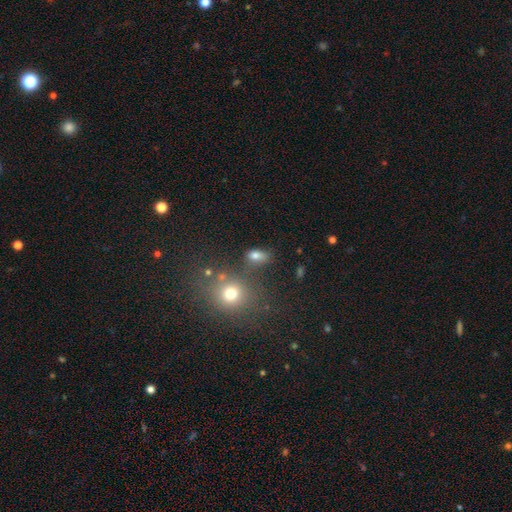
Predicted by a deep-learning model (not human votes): A smooth galaxy with no disk features (74%) that is in between round and cigar-shaped (74%).

Vote fractions:
- Smooth or featured? smooth: 74% / star or artifact: 17% / featured or disk: 9%
- How rounded? in between: 74% / round: 22% / cigar-shaped: 4%
- Merging? none: 64% / minor disturbance: 16% / merger: 11% / major disturbance: 8%